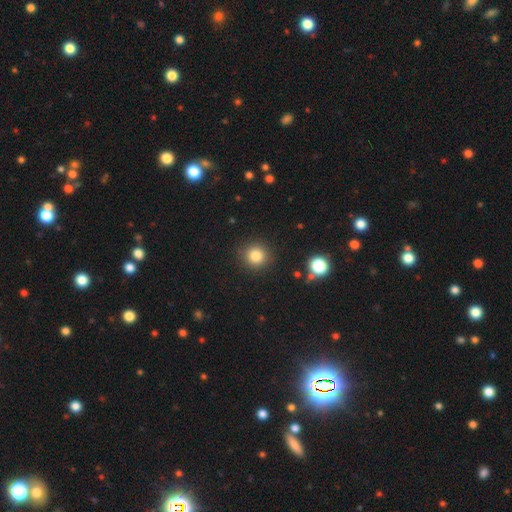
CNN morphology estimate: smooth 82%, star or artifact 13%, featured or disk 6%. Down the decision tree: how rounded — round (92%); merging — none (90%).